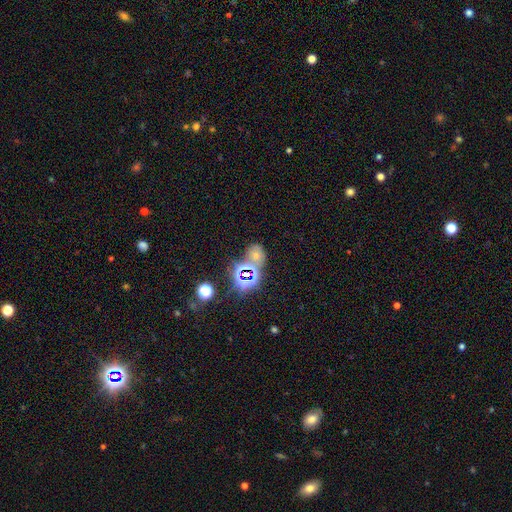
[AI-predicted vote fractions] Q: Smooth or featured?
A: star or artifact (45%); runner-up: smooth (43%)